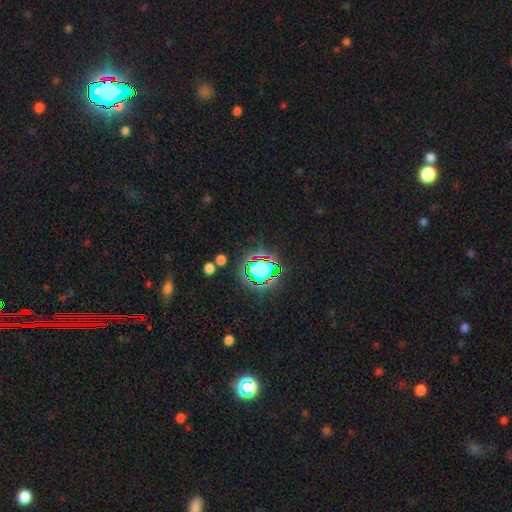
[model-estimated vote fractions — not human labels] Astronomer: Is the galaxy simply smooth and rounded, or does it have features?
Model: star or artifact — 78%.